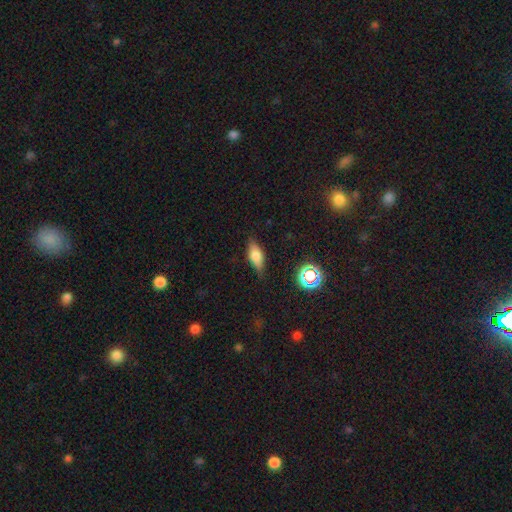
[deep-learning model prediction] Smooth or featured? Predicted: smooth (p=0.64). How rounded? Predicted: in between (p=0.75). Merging? Predicted: none (p=0.78).